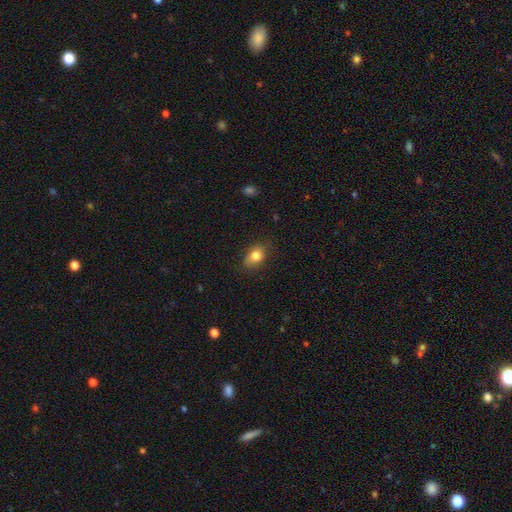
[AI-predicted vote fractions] smooth-or-featured: smooth: 81% | featured or disk: 10% | star or artifact: 9%
  how-rounded: in between: 70% | round: 28% | cigar-shaped: 2%
  merging: none: 77% | minor disturbance: 18% | major disturbance: 4% | merger: 1%